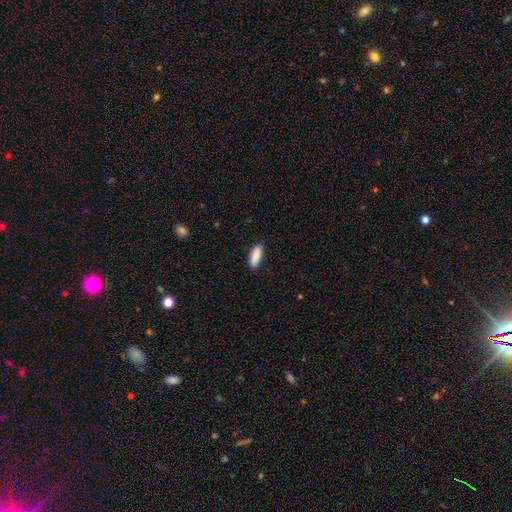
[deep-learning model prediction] smooth_or_featured: smooth (p=0.90) [alt: star or artifact p=0.06]
how_rounded: in between (p=0.64) [alt: cigar-shaped p=0.34]
merging: none (p=0.87) [alt: minor disturbance p=0.10]